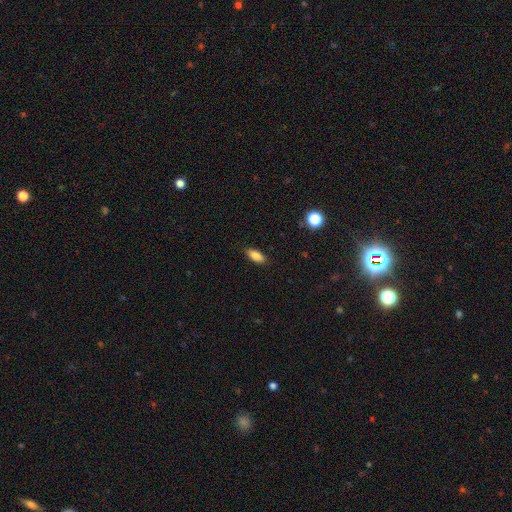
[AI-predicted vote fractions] A smooth galaxy with no disk features (84%) that is in between round and cigar-shaped (80%). Merging: none (87%).